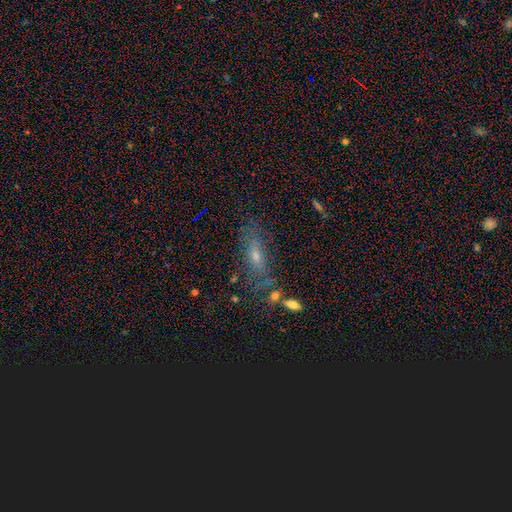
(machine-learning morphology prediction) Smooth or featured?
  - smooth: 43% *
  - featured or disk: 40%
  - star or artifact: 17%
Merging?
  - none: 70% *
  - minor disturbance: 17%
  - major disturbance: 7%
  - merger: 5%